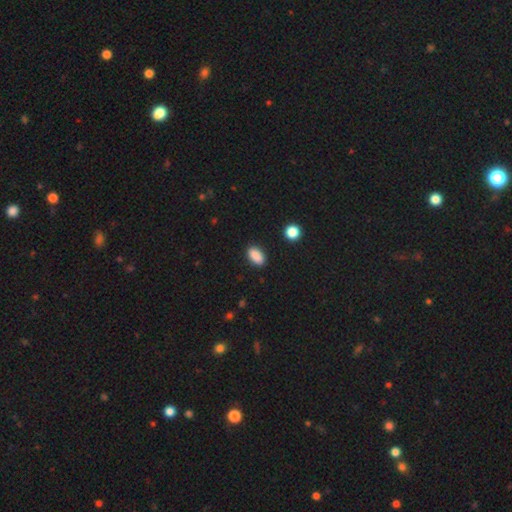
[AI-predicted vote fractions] Smooth or featured?
  - smooth: 88% *
  - star or artifact: 8%
  - featured or disk: 3%
How rounded?
  - in between: 91% *
  - round: 5%
  - cigar-shaped: 4%
Merging?
  - none: 89% *
  - minor disturbance: 8%
  - major disturbance: 2%
  - merger: 1%